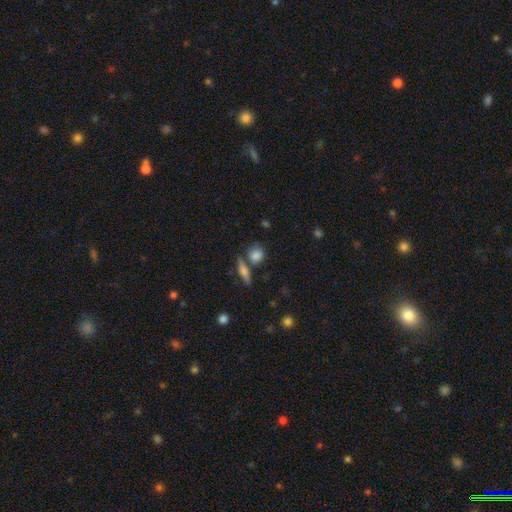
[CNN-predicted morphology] Smooth or featured? smooth (78%)
How rounded? round (68%)
Merging? none (62%)